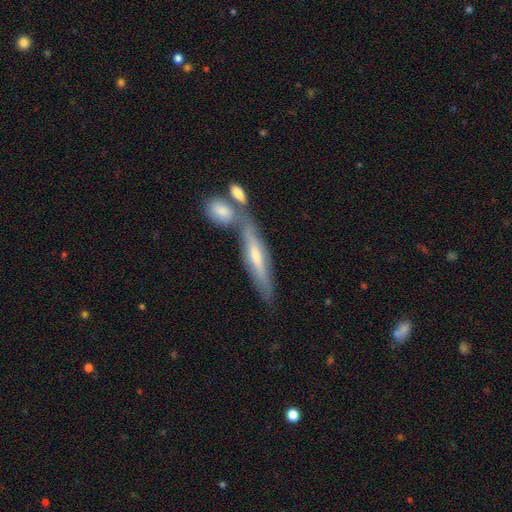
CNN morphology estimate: Smooth or featured? featured or disk (55%)
Edge-on disk? yes (82%)
Merging? none (53%)